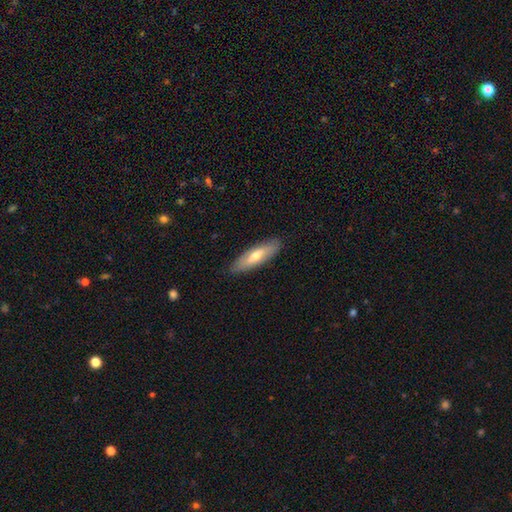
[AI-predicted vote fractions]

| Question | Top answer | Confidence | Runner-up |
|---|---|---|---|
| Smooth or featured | smooth | 54% | featured or disk (40%) |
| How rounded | cigar-shaped | 55% | in between (43%) |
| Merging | none | 87% | minor disturbance (10%) |